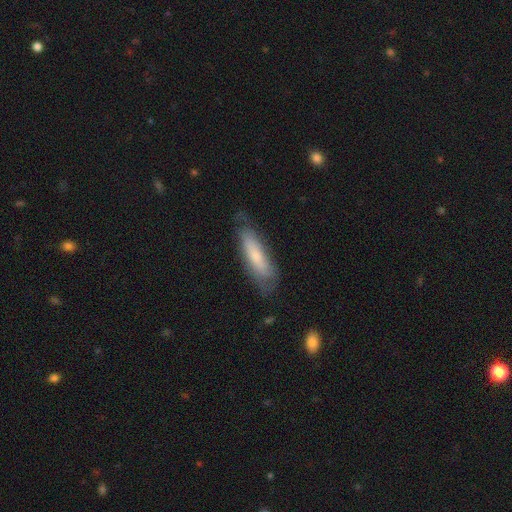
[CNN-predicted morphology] This appears to be a smooth galaxy with no disk features (61%) that is cigar-shaped (62%). Merging: none (66%).